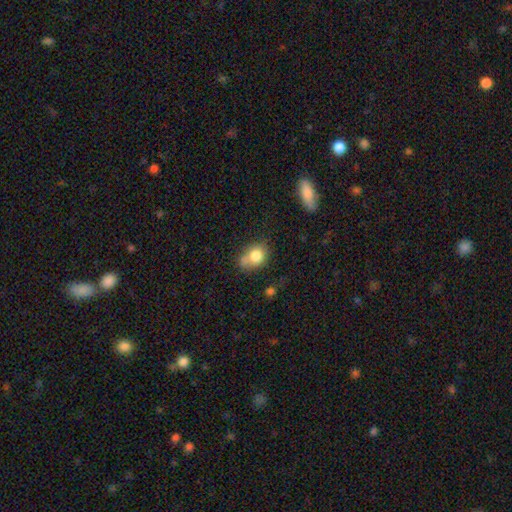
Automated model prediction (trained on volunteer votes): smooth_or_featured: smooth (p=0.78) [alt: featured or disk p=0.12]
how_rounded: in between (p=0.52) [alt: round p=0.47]
merging: none (p=0.43) [alt: minor disturbance p=0.26]